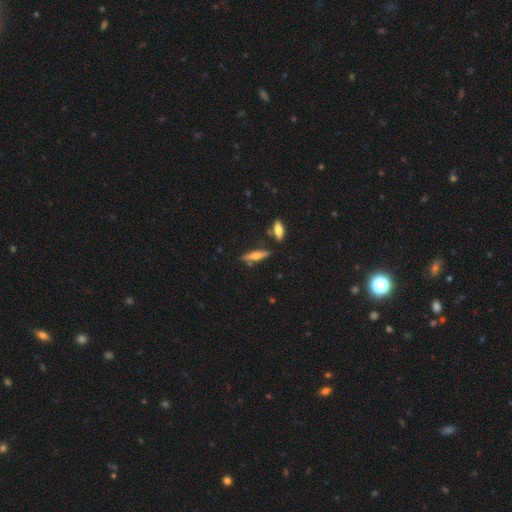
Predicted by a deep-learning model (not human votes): Smooth or featured? featured or disk (51%)
Edge-on disk? yes (94%)
Merging? none (79%)